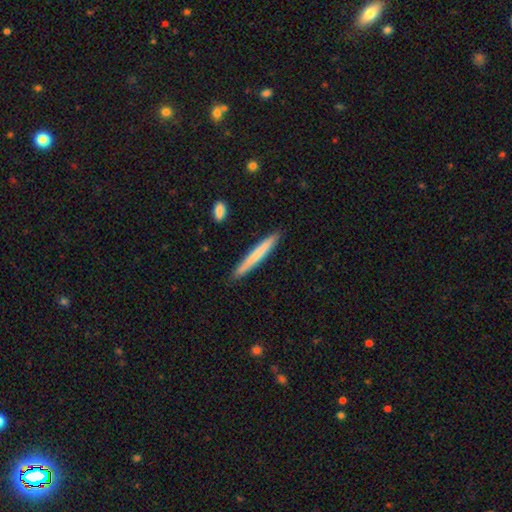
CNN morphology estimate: This appears to be a smooth galaxy with no disk features (66%) that is cigar-shaped (97%). Merging: none (91%).